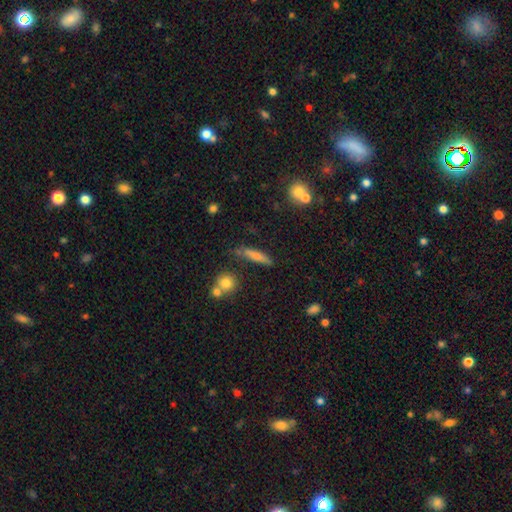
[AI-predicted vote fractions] Overall: smooth (71%). How rounded: cigar-shaped (82%). Merging: none (72%).